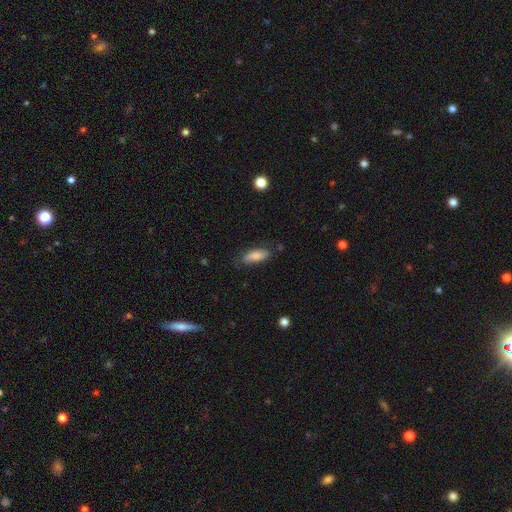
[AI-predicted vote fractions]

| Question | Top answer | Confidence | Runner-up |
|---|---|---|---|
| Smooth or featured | smooth | 81% | featured or disk (12%) |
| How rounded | in between | 68% | cigar-shaped (30%) |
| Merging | none | 74% | minor disturbance (20%) |